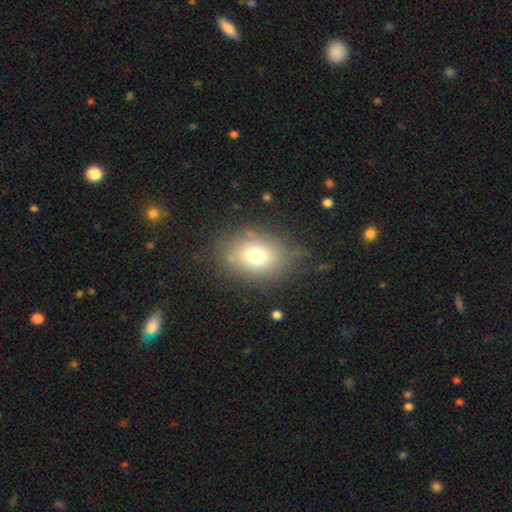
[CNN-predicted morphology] smooth_or_featured: smooth (p=0.71) [alt: featured or disk p=0.15]
how_rounded: in between (p=0.62) [alt: round p=0.36]
merging: none (p=0.70) [alt: minor disturbance p=0.19]